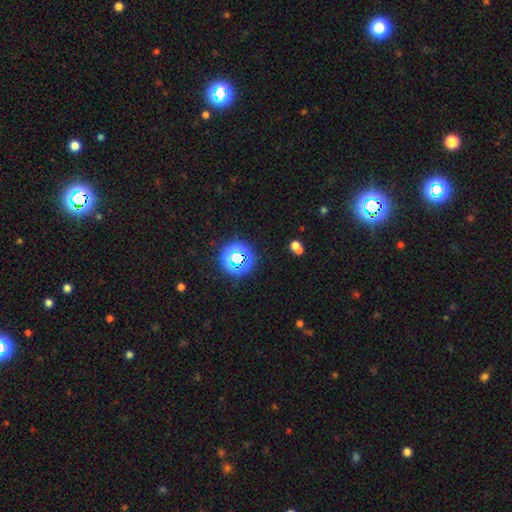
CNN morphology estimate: Smooth or featured: star or artifact — 55% (smooth — 38%)